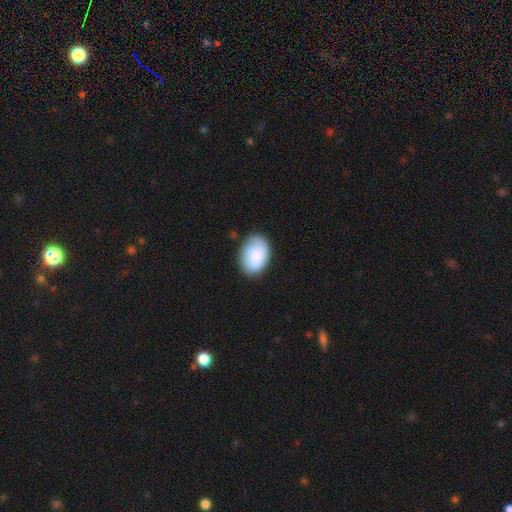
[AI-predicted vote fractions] Overall: smooth (81%). How rounded: in between (83%). Merging: none (74%).